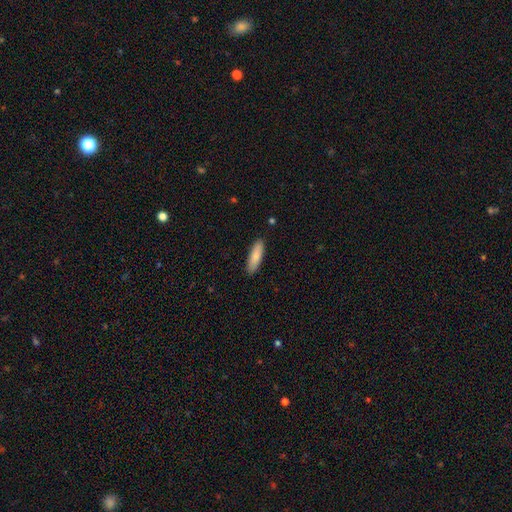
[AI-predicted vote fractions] Smooth or featured? Predicted: smooth (p=0.84). How rounded? Predicted: cigar-shaped (p=0.60). Merging? Predicted: none (p=0.89).